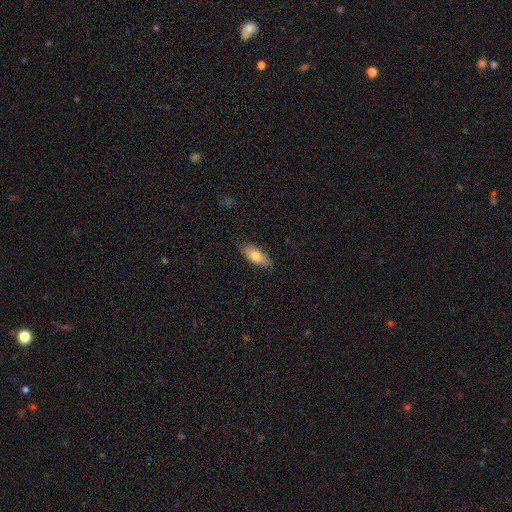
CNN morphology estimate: This appears to be a smooth galaxy with no disk features (74%) that is in between round and cigar-shaped (84%). Merging: none (80%).